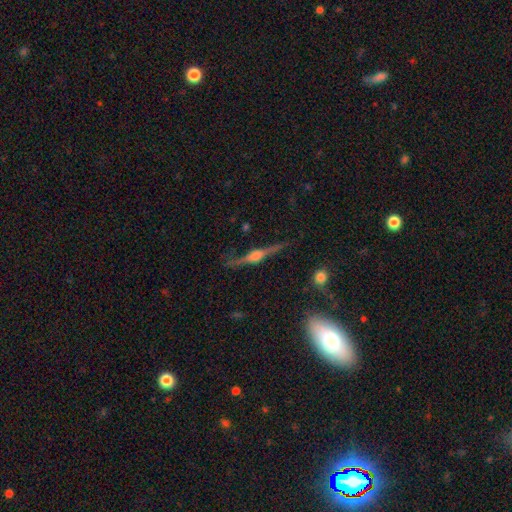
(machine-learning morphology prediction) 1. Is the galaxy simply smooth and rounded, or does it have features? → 82% featured or disk, 11% smooth, 7% star or artifact.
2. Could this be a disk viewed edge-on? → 97% yes, 3% no.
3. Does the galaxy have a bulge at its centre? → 88% rounded, 9% boxy, 3% none.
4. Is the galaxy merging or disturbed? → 84% none, 11% minor disturbance, 3% major disturbance, 2% merger.